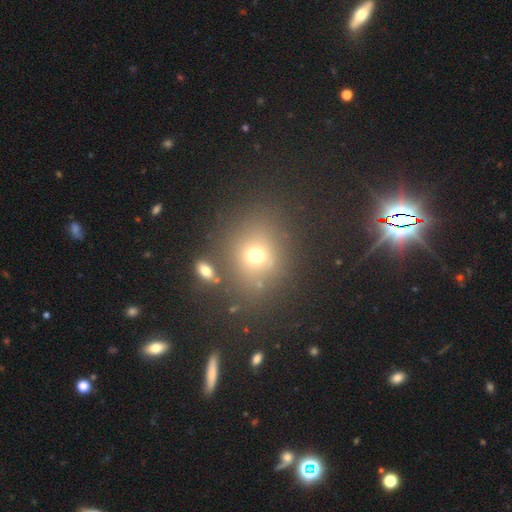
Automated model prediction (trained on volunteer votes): Morphology: type=smooth (67%); roundness=round (70%); merging=none (73%).